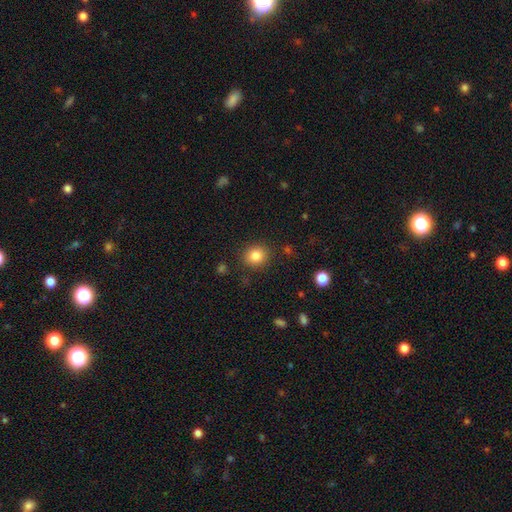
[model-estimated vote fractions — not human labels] Overall: smooth (84%). How rounded: round (80%). Merging: none (87%).